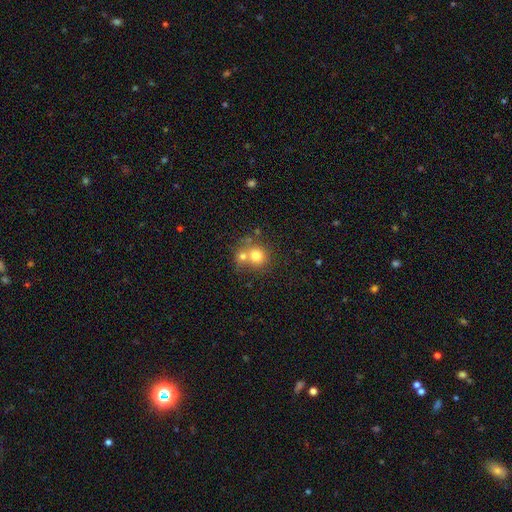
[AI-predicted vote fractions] smooth_or_featured: smooth (p=0.73) [alt: featured or disk p=0.15]
how_rounded: round (p=0.84) [alt: in between p=0.15]
merging: merger (p=0.45) [alt: none p=0.44]